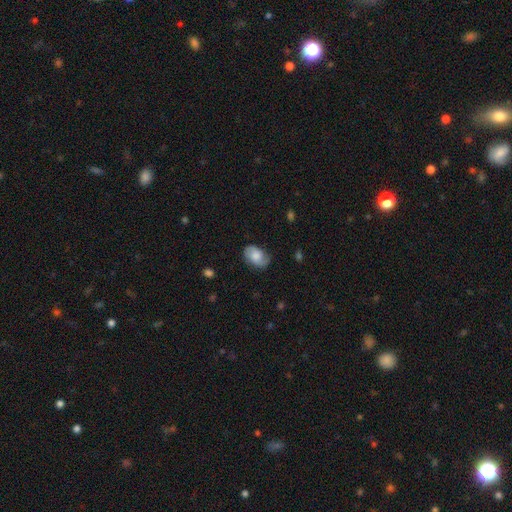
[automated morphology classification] A smooth galaxy with no disk features (58%) that is in between round and cigar-shaped (85%).

Vote fractions:
- Smooth or featured? smooth: 58% / featured or disk: 34% / star or artifact: 8%
- How rounded? in between: 85% / round: 13% / cigar-shaped: 1%
- Merging? none: 74% / minor disturbance: 20% / major disturbance: 5% / merger: 1%